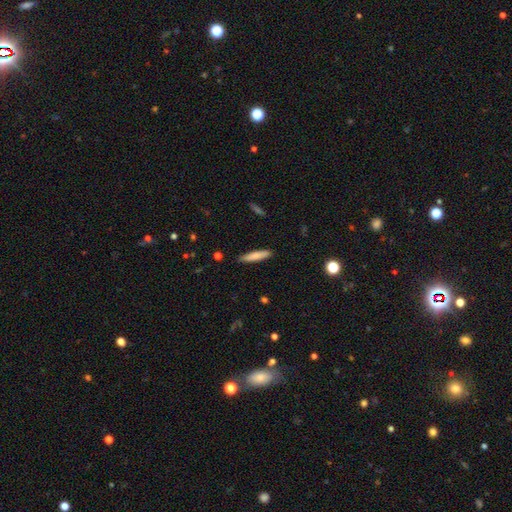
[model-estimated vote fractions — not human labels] This appears to be a smooth galaxy with no disk features (79%) that is cigar-shaped (85%). Merging: none (88%).